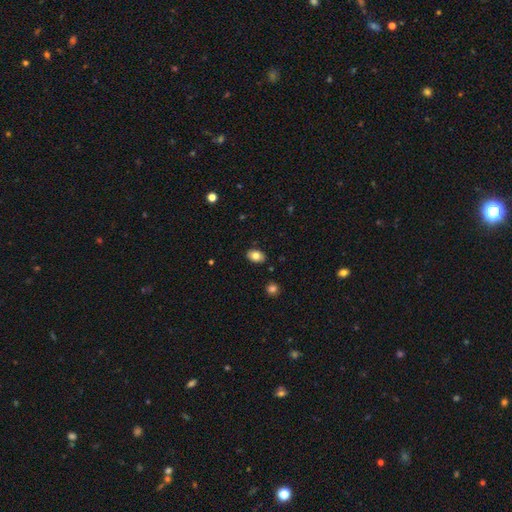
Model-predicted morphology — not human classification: smooth-or-featured: smooth: 80% | featured or disk: 11% | star or artifact: 8%
  how-rounded: in between: 85% | round: 13% | cigar-shaped: 1%
  merging: none: 86% | minor disturbance: 10% | major disturbance: 2% | merger: 2%